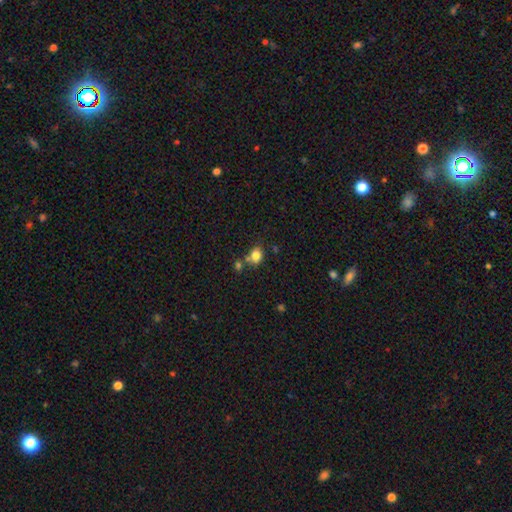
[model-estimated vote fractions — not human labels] Q: Smooth or featured?
A: smooth (81%); runner-up: star or artifact (11%)
Q: How rounded?
A: round (53%); runner-up: in between (46%)
Q: Merging?
A: none (59%); runner-up: merger (23%)